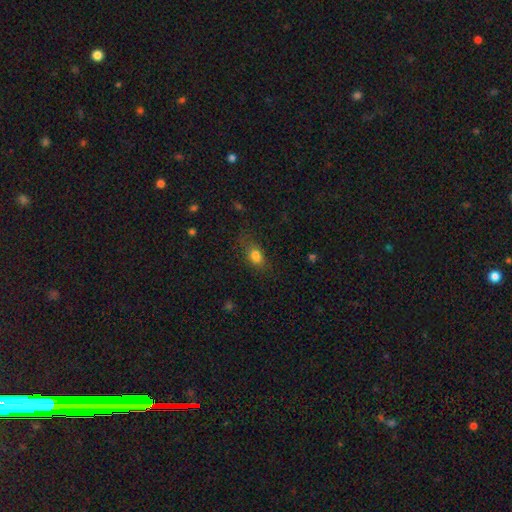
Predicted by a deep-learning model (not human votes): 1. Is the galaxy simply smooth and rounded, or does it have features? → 77% smooth, 12% star or artifact, 10% featured or disk.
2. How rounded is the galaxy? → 77% in between, 15% round, 8% cigar-shaped.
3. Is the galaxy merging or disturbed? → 62% none, 22% minor disturbance, 11% major disturbance, 5% merger.